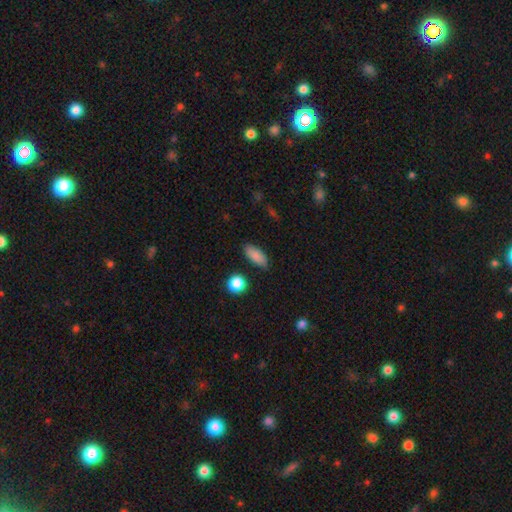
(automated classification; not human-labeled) Smooth or featured?
  - smooth: 86% *
  - star or artifact: 8%
  - featured or disk: 6%
How rounded?
  - in between: 82% *
  - cigar-shaped: 14%
  - round: 4%
Merging?
  - none: 82% *
  - minor disturbance: 13%
  - major disturbance: 3%
  - merger: 2%